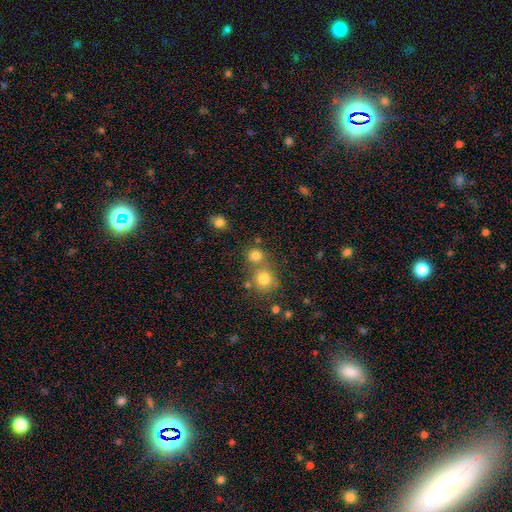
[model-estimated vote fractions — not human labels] The model was most divided on "merging": none: 57%, merger: 33%, minor disturbance: 7%, major disturbance: 3%. More confident: how rounded — round (87%); smooth or featured — smooth (78%).